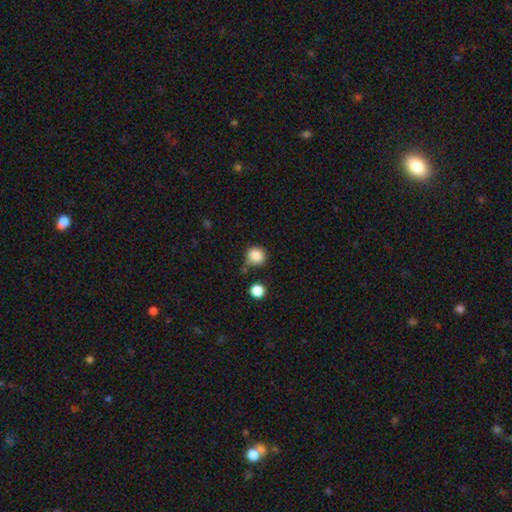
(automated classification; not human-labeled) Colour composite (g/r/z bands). It shows a smooth galaxy with no disk features (86%) that is round (90%). Merging: none (71%).